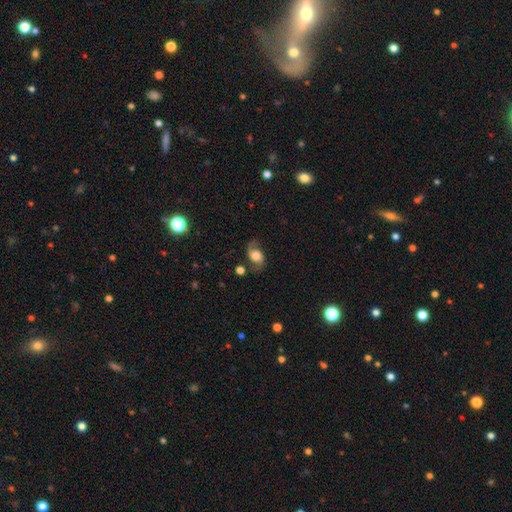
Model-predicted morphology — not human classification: A featured or disk galaxy (57%) with no bar (64%), spiral arms (88%) and a moderate central bulge (42%).

Vote fractions:
- Smooth or featured? featured or disk: 57% / smooth: 34% / star or artifact: 9%
- Edge-on disk? no: 95% / yes: 5%
- Bar? no: 64% / weak: 28% / strong: 8%
- Spiral arms? yes: 88% / no: 12%
- Bulge size? moderate: 42% / large: 37% / small: 11% / dominant: 7% / none: 3%
- Merging? none: 67% / minor disturbance: 19% / major disturbance: 10% / merger: 3%